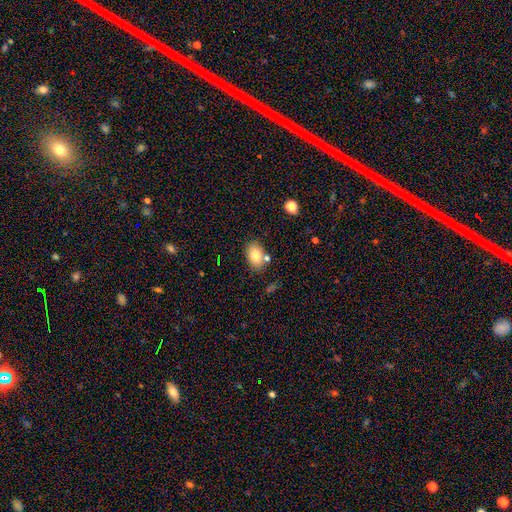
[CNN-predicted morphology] This is clearly a smooth galaxy (81%). How rounded: clearly in between (86%). Merging: likely none (73%).